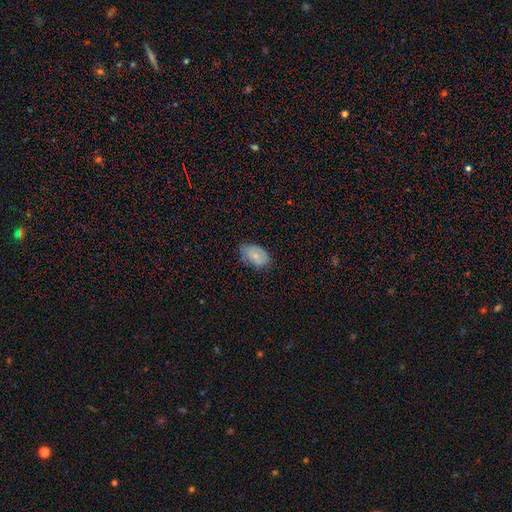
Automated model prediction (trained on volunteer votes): smooth_or_featured: smooth (p=0.72) [alt: featured or disk p=0.21]
how_rounded: in between (p=0.90) [alt: round p=0.09]
merging: none (p=0.65) [alt: minor disturbance p=0.28]